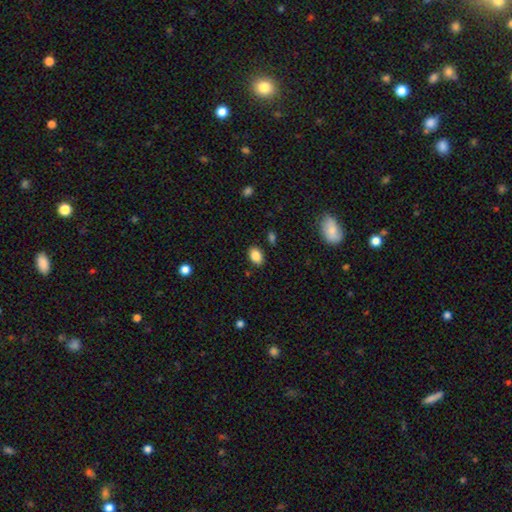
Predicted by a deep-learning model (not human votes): Smooth or featured: smooth — 86% (star or artifact — 9%)
How rounded: in between — 81% (round — 18%)
Merging: none — 86% (minor disturbance — 9%)